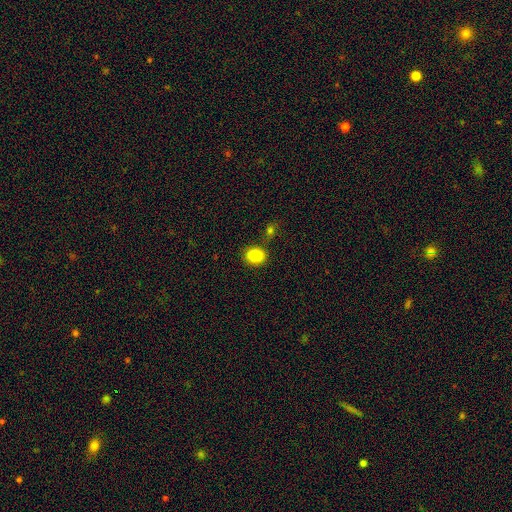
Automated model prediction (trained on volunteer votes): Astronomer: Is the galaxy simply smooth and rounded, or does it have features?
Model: smooth — 85%.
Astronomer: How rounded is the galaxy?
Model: round — 61% (runner-up: in between, 39%).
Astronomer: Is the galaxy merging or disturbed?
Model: none — 82%.